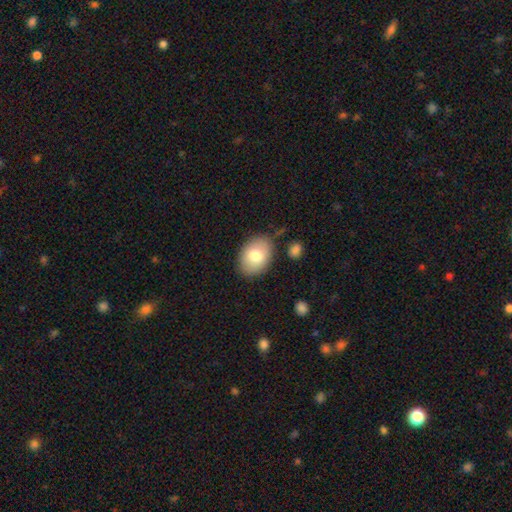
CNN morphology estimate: Overall: smooth (77%). How rounded: in between (78%). Merging: none (79%).